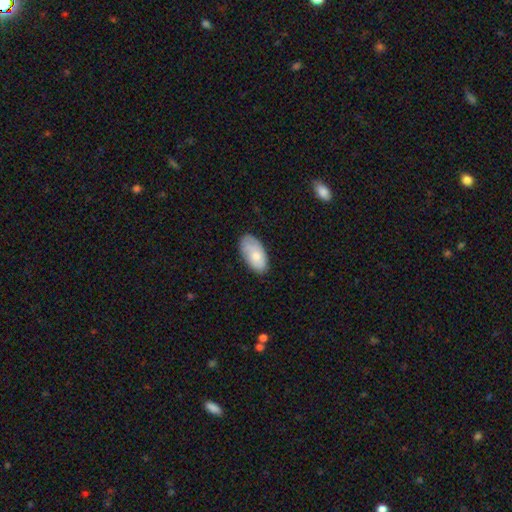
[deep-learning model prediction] This appears to be a smooth galaxy with no disk features (74%) that is in between round and cigar-shaped (95%). Merging: none (73%).